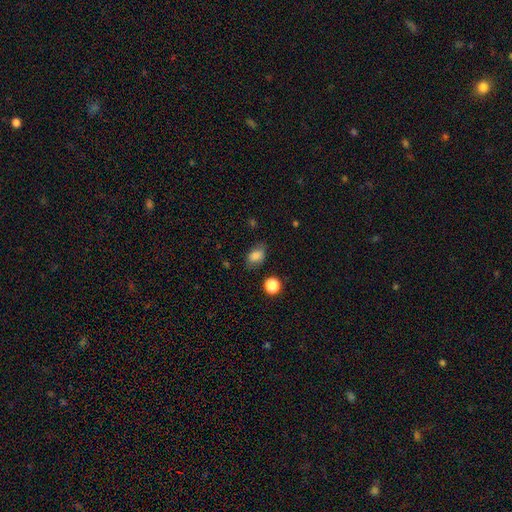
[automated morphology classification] smooth 82%, star or artifact 10%, featured or disk 8%. Down the decision tree: how rounded — in between (79%); merging — none (72%).